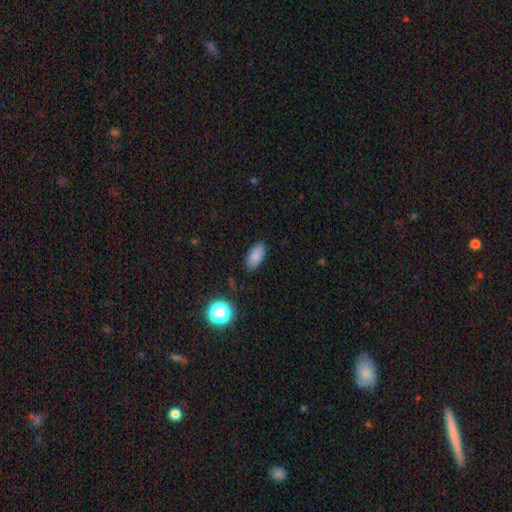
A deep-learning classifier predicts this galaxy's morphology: Smooth or featured: smooth — 83% (star or artifact — 11%)
How rounded: in between — 89% (cigar-shaped — 7%)
Merging: none — 85% (minor disturbance — 11%)